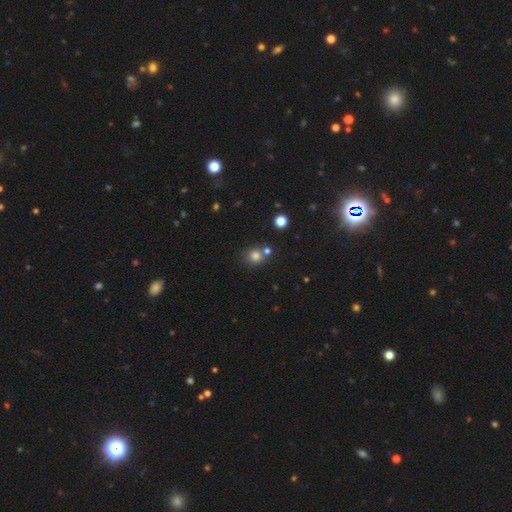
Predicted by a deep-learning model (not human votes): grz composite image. It shows a smooth galaxy with no disk features (79%) that is round (86%). Merging: none (64%).